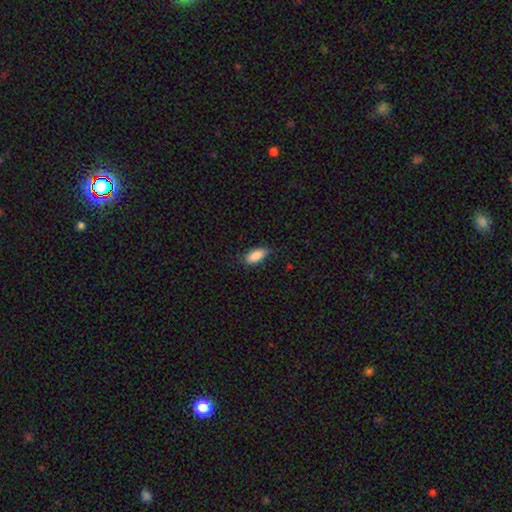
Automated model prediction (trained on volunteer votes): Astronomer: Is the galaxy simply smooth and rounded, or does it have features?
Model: smooth — 88%.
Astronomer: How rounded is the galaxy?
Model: in between — 84%.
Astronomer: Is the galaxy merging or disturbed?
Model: none — 80%.